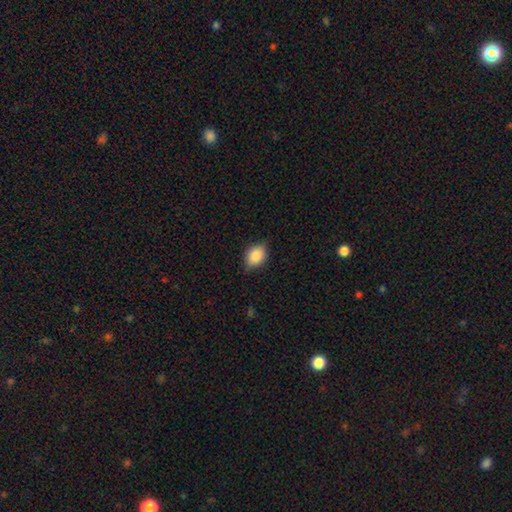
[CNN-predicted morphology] Smooth or featured: smooth — 82% (featured or disk — 9%)
How rounded: in between — 57% (round — 41%)
Merging: none — 74% (minor disturbance — 21%)